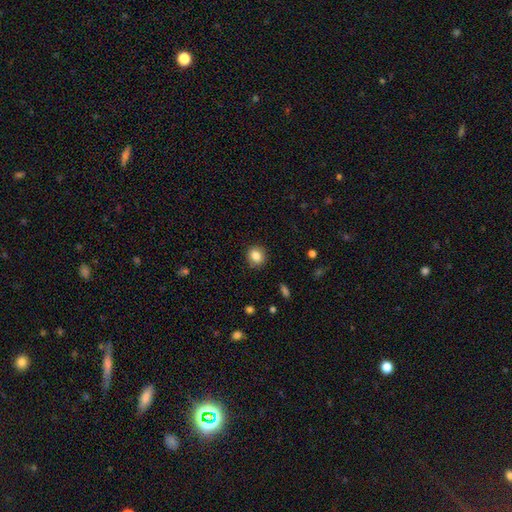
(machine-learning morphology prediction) This appears to be a smooth galaxy with no disk features (84%) that is round (81%). Merging: none (89%).